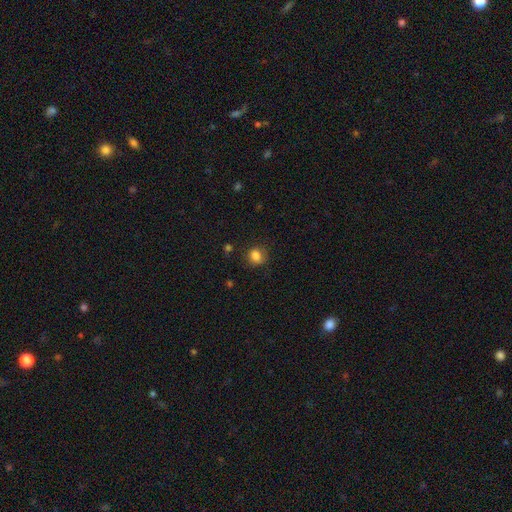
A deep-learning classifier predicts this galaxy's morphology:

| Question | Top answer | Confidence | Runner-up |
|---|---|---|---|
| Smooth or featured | smooth | 84% | star or artifact (11%) |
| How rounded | round | 69% | in between (30%) |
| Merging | none | 81% | minor disturbance (14%) |